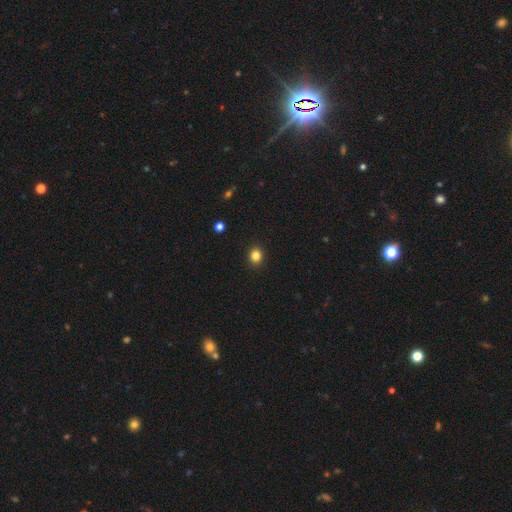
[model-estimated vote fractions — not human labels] Q: Smooth or featured?
A: smooth (83%); runner-up: star or artifact (12%)
Q: How rounded?
A: round (72%); runner-up: in between (27%)
Q: Merging?
A: none (92%); runner-up: minor disturbance (6%)